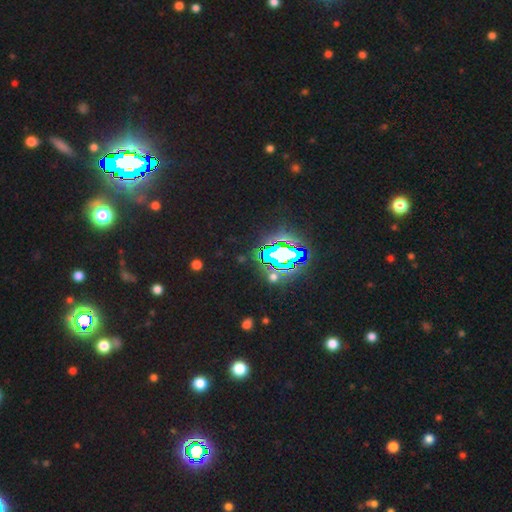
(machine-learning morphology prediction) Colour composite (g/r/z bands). It shows a star or artifact, not a galaxy (79%).